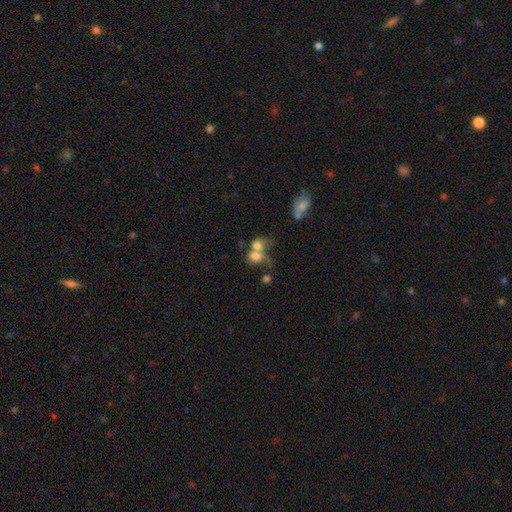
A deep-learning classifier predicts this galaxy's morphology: type=smooth (71%); roundness=in between (53%); merging=merger (62%).